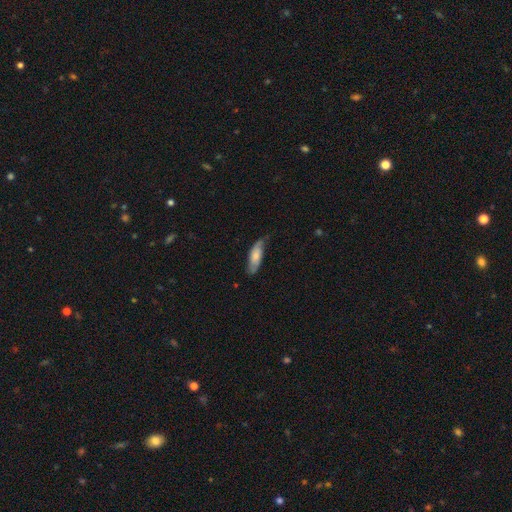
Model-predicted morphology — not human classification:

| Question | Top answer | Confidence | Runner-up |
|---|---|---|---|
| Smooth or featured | smooth | 58% | featured or disk (35%) |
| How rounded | in between | 59% | cigar-shaped (39%) |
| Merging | none | 64% | minor disturbance (28%) |